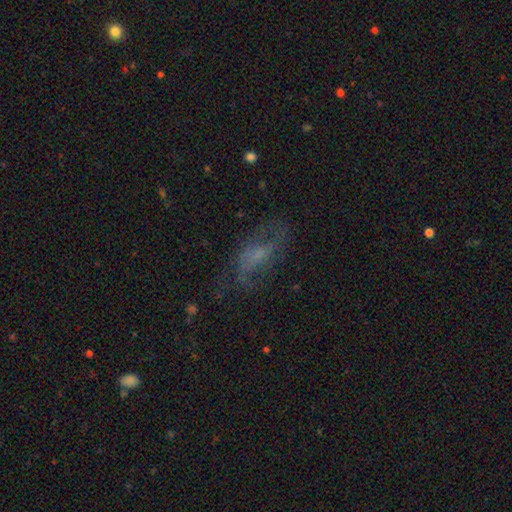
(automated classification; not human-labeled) Morphology: type=featured or disk (57%); edge-on=no (93%); bar=no (51%); spiral arms=yes (70%); bulge=small (38%); merging=none (51%).